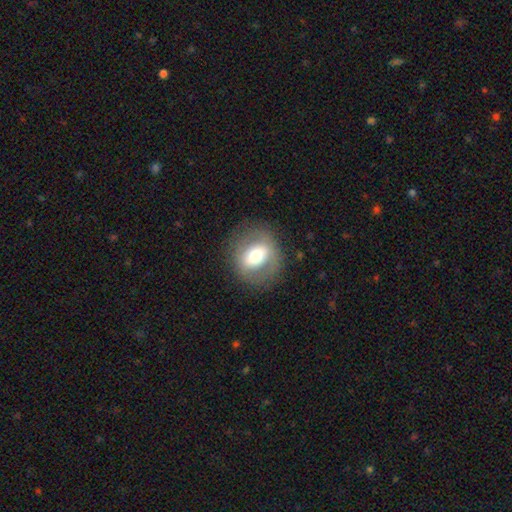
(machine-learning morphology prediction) Overall: featured or disk (47%; smooth 45%). Merging: none (79%).